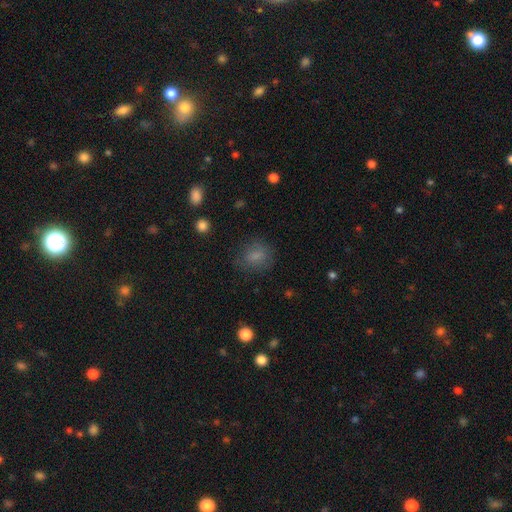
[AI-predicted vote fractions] Smooth or featured: smooth — 78% (star or artifact — 12%)
How rounded: round — 54% (in between — 44%)
Merging: none — 72% (minor disturbance — 18%)